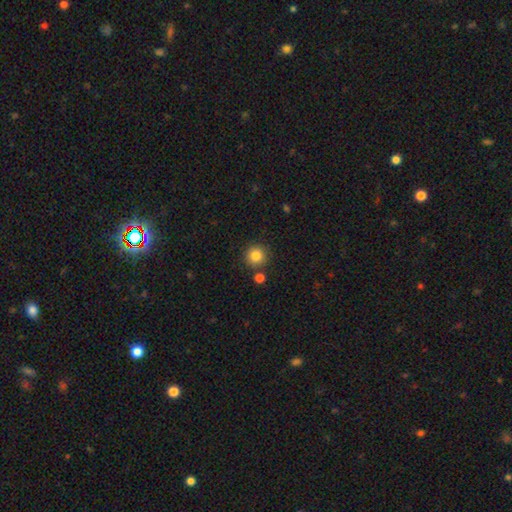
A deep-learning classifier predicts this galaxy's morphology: type=smooth (83%); roundness=round (94%); merging=none (83%).